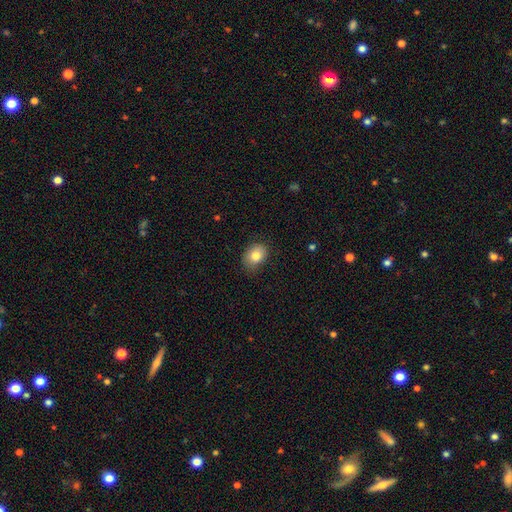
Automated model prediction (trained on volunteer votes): Smooth or featured: smooth — 82% (star or artifact — 9%)
How rounded: in between — 63% (round — 36%)
Merging: none — 78% (minor disturbance — 17%)